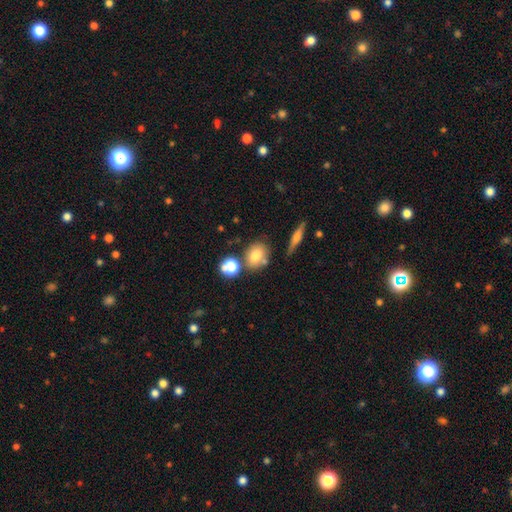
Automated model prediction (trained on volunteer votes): Smooth or featured? Predicted: smooth (p=0.74). How rounded? Predicted: in between (p=0.50). Merging? Predicted: none (p=0.65).